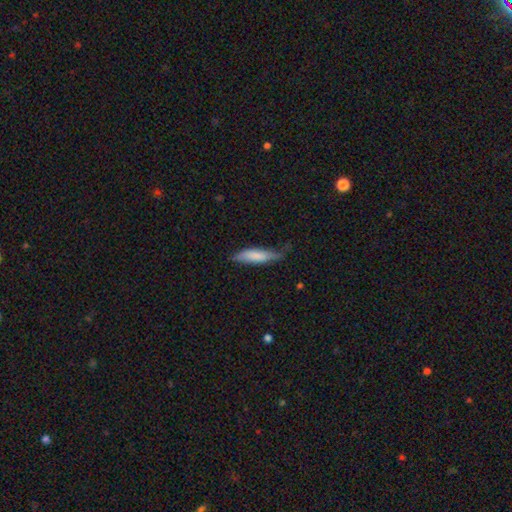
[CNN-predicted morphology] Smooth or featured? smooth (75%)
How rounded? cigar-shaped (63%)
Merging? none (47%)